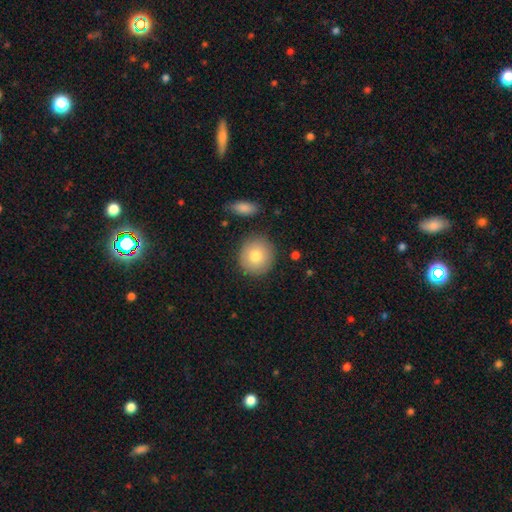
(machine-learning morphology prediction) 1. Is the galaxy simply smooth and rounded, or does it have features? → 78% smooth, 13% featured or disk, 8% star or artifact.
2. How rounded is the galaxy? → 91% round, 8% in between, 1% cigar-shaped.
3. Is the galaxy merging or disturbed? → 87% none, 8% minor disturbance, 3% merger, 2% major disturbance.